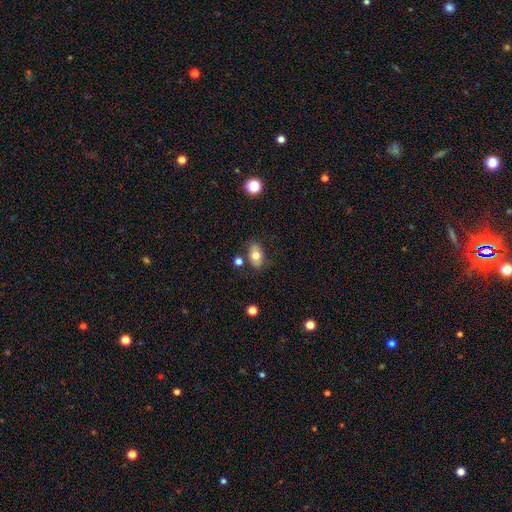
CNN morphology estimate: Smooth or featured: smooth — 71% (featured or disk — 20%)
How rounded: in between — 86% (round — 12%)
Merging: none — 76% (minor disturbance — 15%)